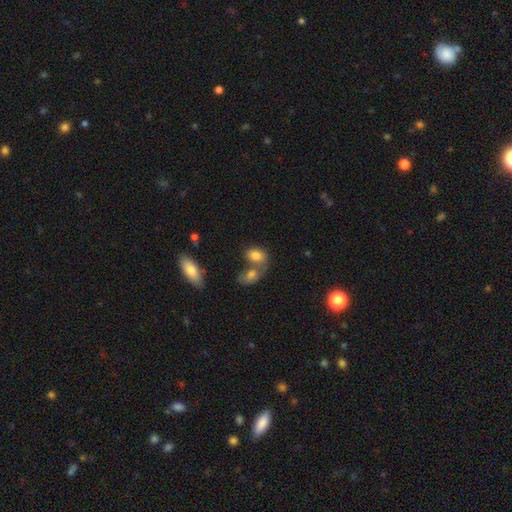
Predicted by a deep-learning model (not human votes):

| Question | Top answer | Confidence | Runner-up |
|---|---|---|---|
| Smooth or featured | smooth | 79% | featured or disk (12%) |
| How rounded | in between | 81% | round (17%) |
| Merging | merger | 49% | none (33%) |